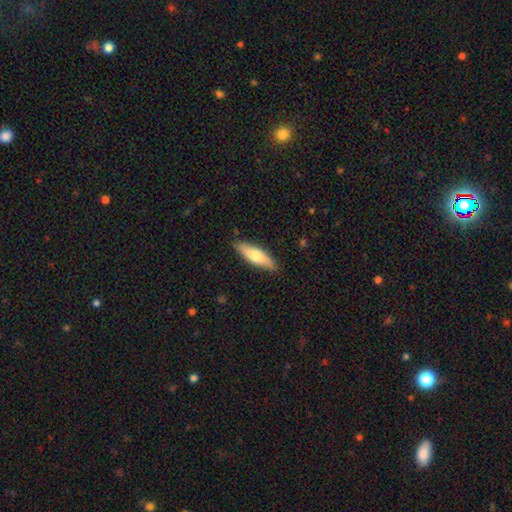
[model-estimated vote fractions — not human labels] Smooth or featured?
  - smooth: 63% *
  - featured or disk: 31%
  - star or artifact: 5%
How rounded?
  - cigar-shaped: 59% *
  - in between: 39%
  - round: 2%
Merging?
  - none: 87% *
  - minor disturbance: 10%
  - major disturbance: 2%
  - merger: 1%